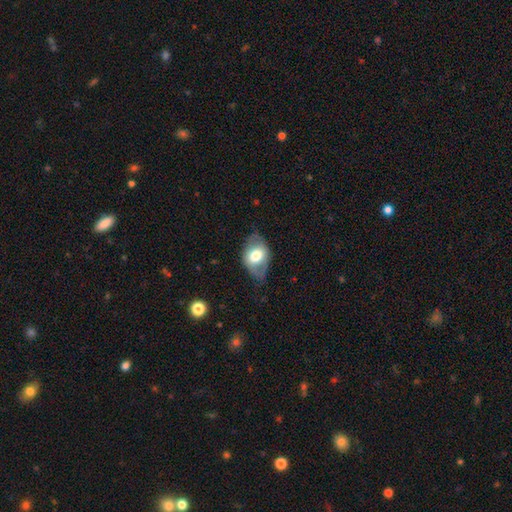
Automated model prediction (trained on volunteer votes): This appears to be a smooth galaxy with no disk features (58%) that is in between round and cigar-shaped (83%). Merging: none (63%).